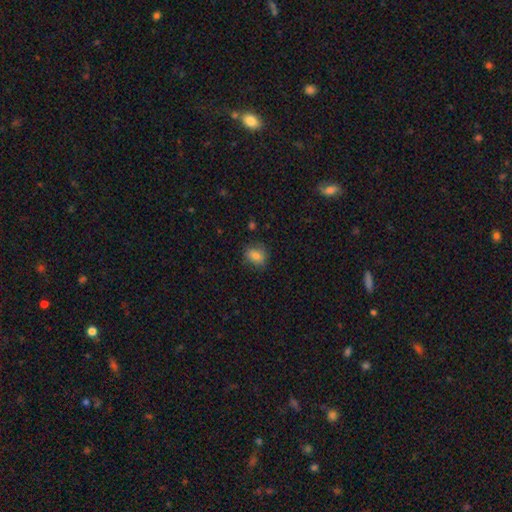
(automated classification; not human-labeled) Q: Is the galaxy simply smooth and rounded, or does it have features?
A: smooth — 80%.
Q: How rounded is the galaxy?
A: in between — 54%.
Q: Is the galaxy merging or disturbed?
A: none — 74%.